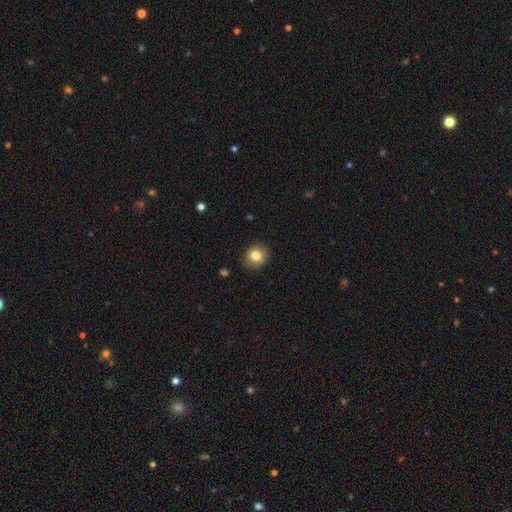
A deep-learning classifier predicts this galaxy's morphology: smooth_or_featured: smooth (p=0.82) [alt: star or artifact p=0.10]
how_rounded: round (p=0.78) [alt: in between p=0.21]
merging: none (p=0.89) [alt: minor disturbance p=0.08]